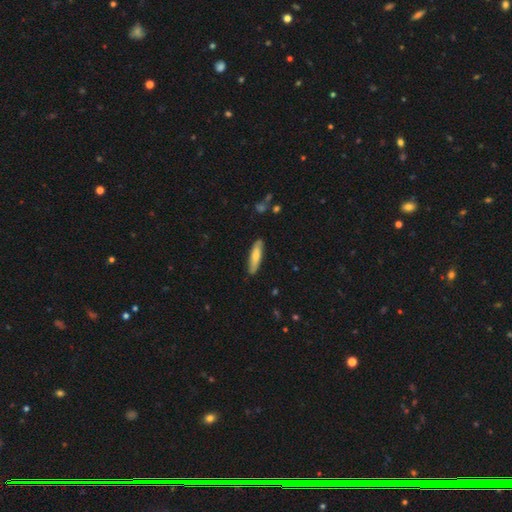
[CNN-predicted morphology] Smooth or featured? smooth (68%)
How rounded? cigar-shaped (76%)
Merging? none (84%)